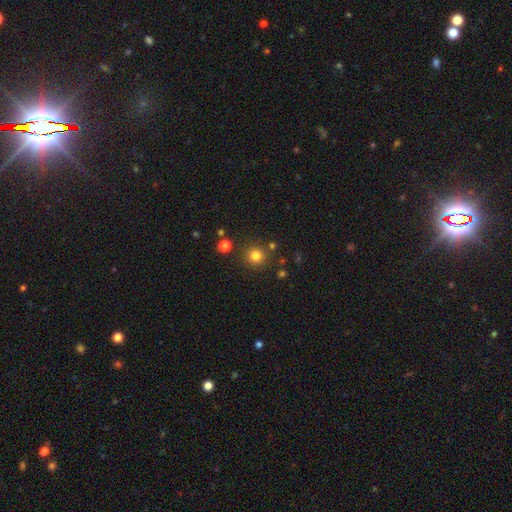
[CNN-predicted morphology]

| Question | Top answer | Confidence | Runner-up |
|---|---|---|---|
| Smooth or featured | smooth | 81% | star or artifact (14%) |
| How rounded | round | 94% | in between (5%) |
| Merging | none | 86% | minor disturbance (7%) |